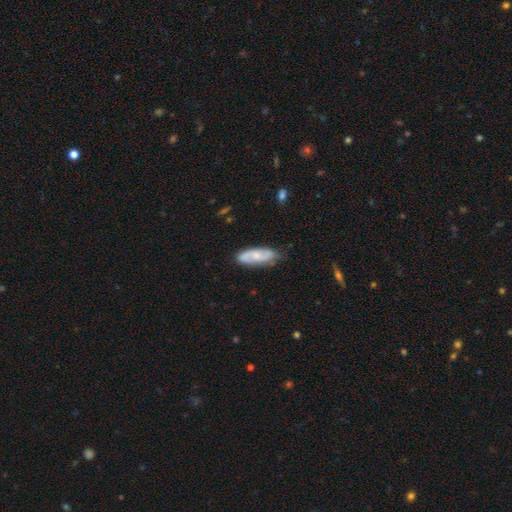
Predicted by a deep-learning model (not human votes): Smooth or featured: featured or disk — 52% (smooth — 42%)
Edge-on disk: no — 87% (yes — 13%)
Merging: none — 77% (minor disturbance — 18%)